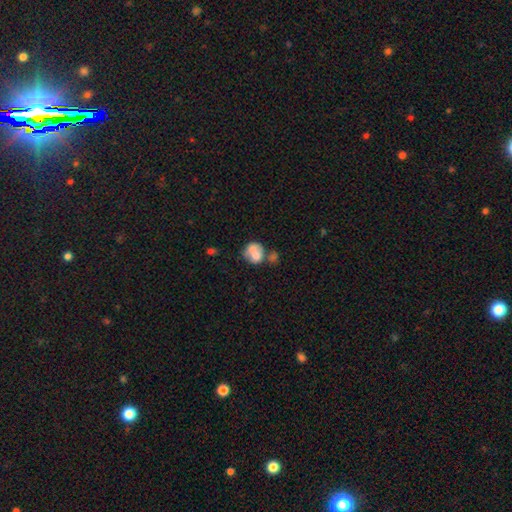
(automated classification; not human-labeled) smooth-or-featured: smooth: 65% | featured or disk: 26% | star or artifact: 9%
  how-rounded: round: 66% | in between: 33% | cigar-shaped: 1%
  merging: merger: 41% | none: 31% | minor disturbance: 17% | major disturbance: 11%